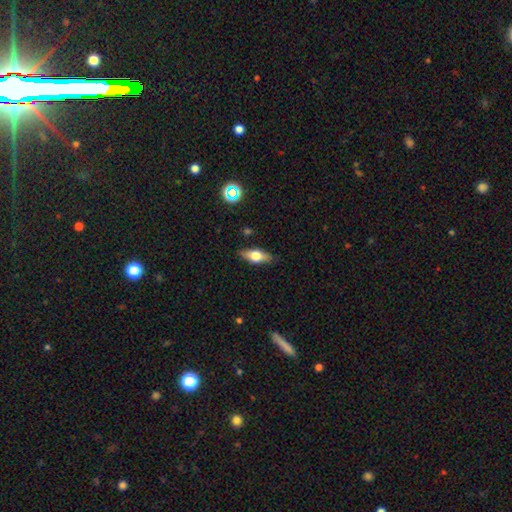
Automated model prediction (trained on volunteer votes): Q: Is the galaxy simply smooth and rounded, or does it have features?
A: smooth — 50%.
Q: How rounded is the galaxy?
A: in between — 68%.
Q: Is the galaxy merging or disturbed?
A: none — 86%.